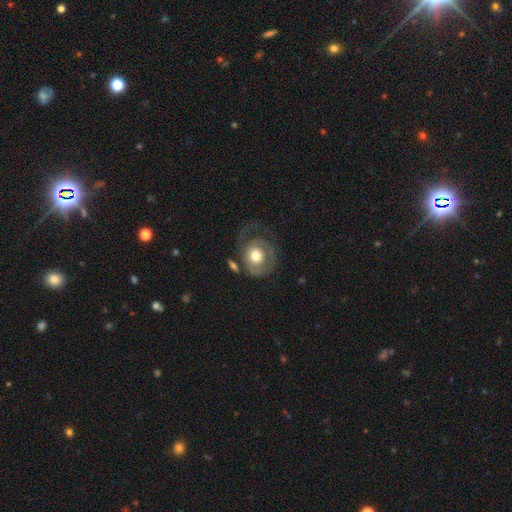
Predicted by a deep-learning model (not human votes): A featured or disk galaxy (55%) with no bar (84%), spiral arms (66%) and a moderate central bulge (61%).

Vote fractions:
- Smooth or featured? featured or disk: 55% / smooth: 39% / star or artifact: 6%
- Edge-on disk? no: 97% / yes: 3%
- Bar? no: 84% / weak: 13% / strong: 3%
- Spiral arms? yes: 66% / no: 34%
- Bulge size? moderate: 61% / large: 29% / small: 6% / dominant: 3% / none: 1%
- Merging? none: 39% / major disturbance: 35% / minor disturbance: 21% / merger: 5%